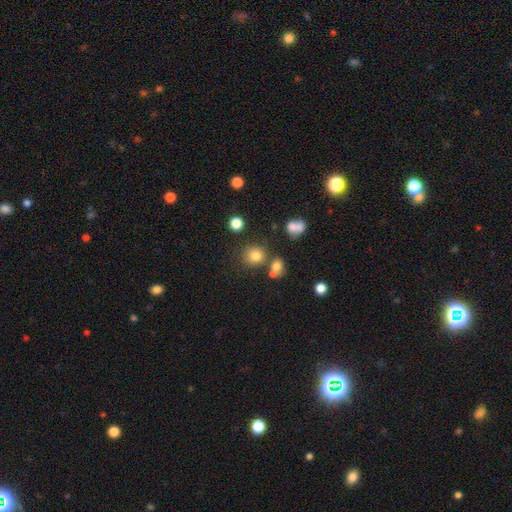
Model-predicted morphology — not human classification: Smooth or featured? smooth (78%)
How rounded? round (86%)
Merging? none (71%)